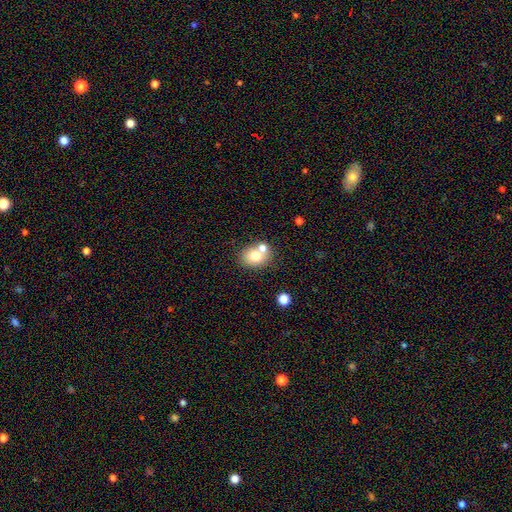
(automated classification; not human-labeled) Smooth or featured?
  - smooth: 72% *
  - featured or disk: 17%
  - star or artifact: 11%
How rounded?
  - round: 55% *
  - in between: 44%
  - cigar-shaped: 1%
Merging?
  - none: 55% *
  - merger: 32%
  - minor disturbance: 10%
  - major disturbance: 3%